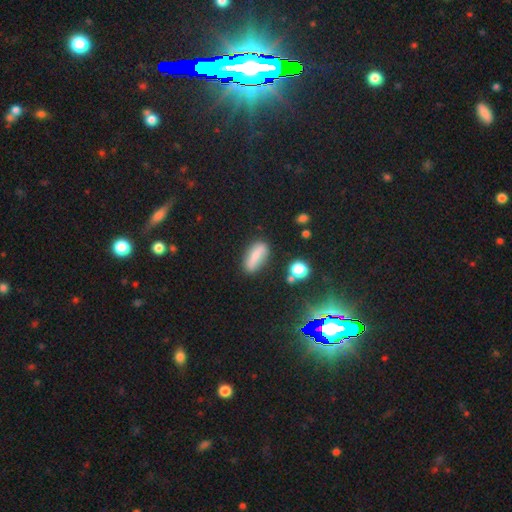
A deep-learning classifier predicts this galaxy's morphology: smooth_or_featured: smooth (p=0.75) [alt: featured or disk p=0.16]
how_rounded: in between (p=0.62) [alt: cigar-shaped p=0.33]
merging: none (p=0.77) [alt: minor disturbance p=0.15]